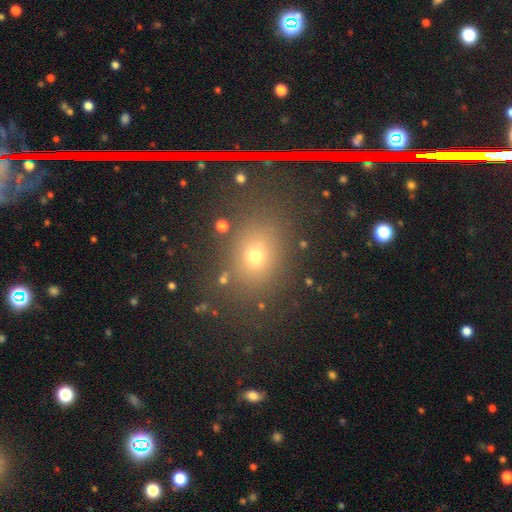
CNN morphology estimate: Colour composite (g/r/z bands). It shows a smooth galaxy with no disk features (62%) that is in between round and cigar-shaped (53%). Merging: none (82%).